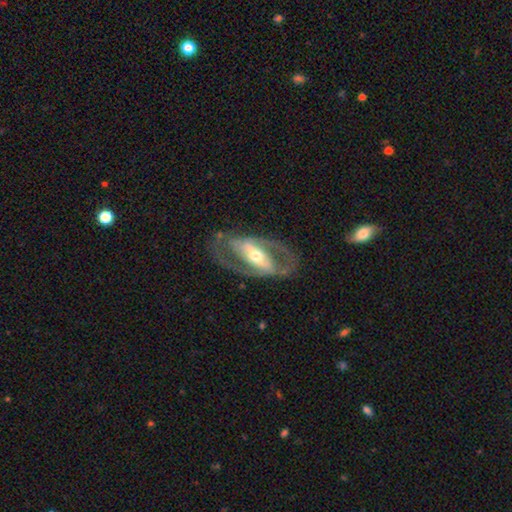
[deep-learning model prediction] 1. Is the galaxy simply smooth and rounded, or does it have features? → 85% featured or disk, 10% smooth, 4% star or artifact.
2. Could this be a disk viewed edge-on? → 92% no, 8% yes.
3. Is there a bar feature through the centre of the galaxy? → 53% strong, 27% weak, 20% no.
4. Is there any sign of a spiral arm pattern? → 80% yes, 20% no.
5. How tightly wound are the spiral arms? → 51% medium, 27% tight, 22% loose.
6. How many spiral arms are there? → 87% 2, 7% can't tell, 3% 1, 1% 3, 1% 4, 1% more than 4.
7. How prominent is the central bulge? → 64% moderate, 25% small, 9% large, 1% dominant, 1% none.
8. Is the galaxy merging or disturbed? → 73% none, 14% minor disturbance, 11% major disturbance, 1% merger.